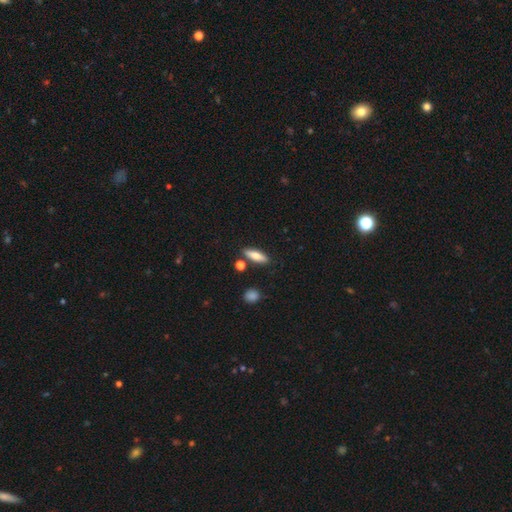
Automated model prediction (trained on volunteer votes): A smooth galaxy with no disk features (71%) that is cigar-shaped (51%).

Vote fractions:
- Smooth or featured? smooth: 71% / featured or disk: 22% / star or artifact: 6%
- How rounded? cigar-shaped: 51% / in between: 45% / round: 3%
- Merging? none: 82% / minor disturbance: 10% / merger: 5% / major disturbance: 2%